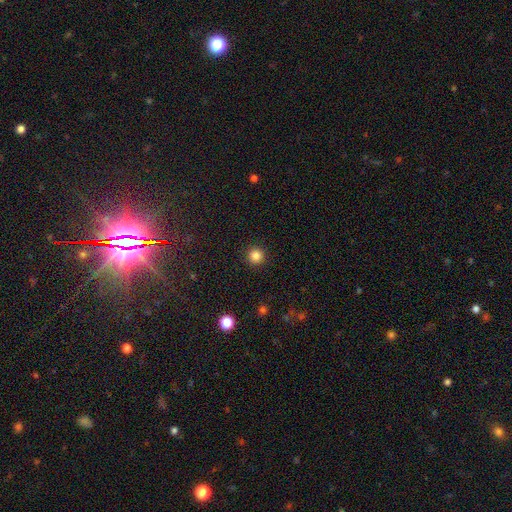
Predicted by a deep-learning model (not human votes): smooth 84%, star or artifact 12%, featured or disk 4%. Down the decision tree: how rounded — round (96%); merging — none (93%).